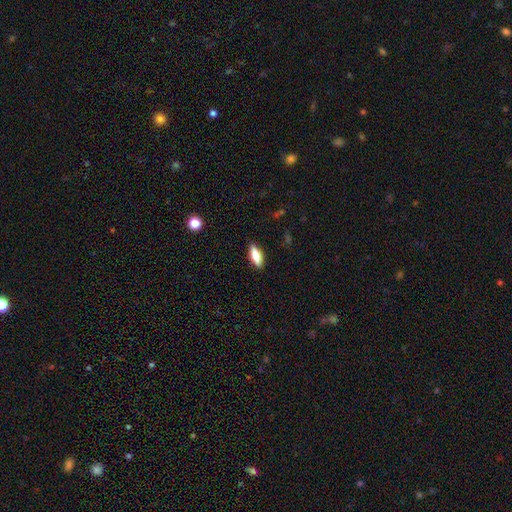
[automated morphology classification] Smooth or featured? Predicted: smooth (p=0.73). How rounded? Predicted: in between (p=0.60). Merging? Predicted: none (p=0.88).